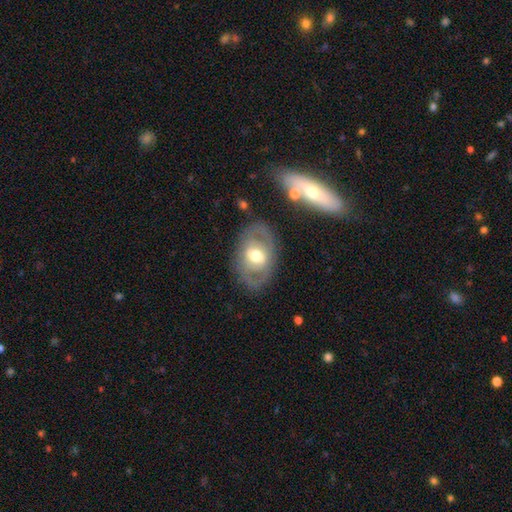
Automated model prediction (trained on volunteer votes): The model was most divided on "bar": no: 42%, weak: 39%, strong: 19%. More confident: edge-on disk — no (92%); merging — none (75%); bulge size — moderate (69%); smooth or featured — featured or disk (61%); spiral arms — no (56%).